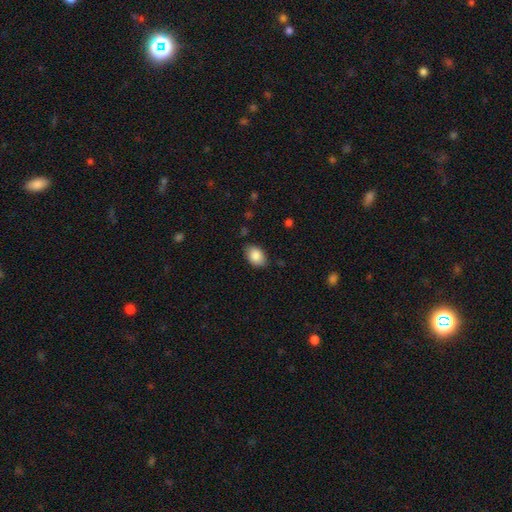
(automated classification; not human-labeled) smooth_or_featured: smooth (p=0.87) [alt: star or artifact p=0.07]
how_rounded: in between (p=0.83) [alt: round p=0.15]
merging: none (p=0.80) [alt: minor disturbance p=0.15]